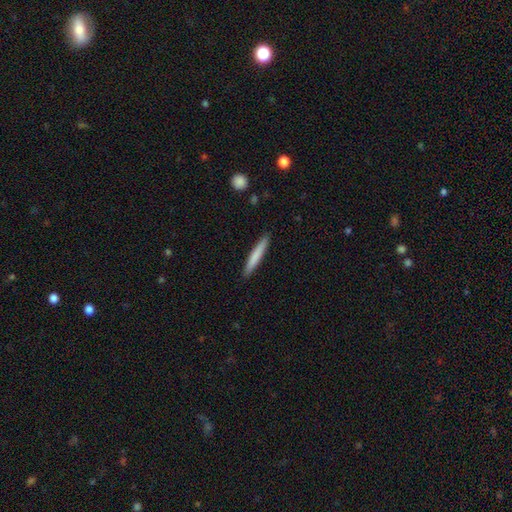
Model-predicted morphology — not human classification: smooth-or-featured: smooth: 76% | featured or disk: 19% | star or artifact: 5%
  how-rounded: cigar-shaped: 95% | in between: 4% | round: 1%
  merging: none: 90% | minor disturbance: 7% | major disturbance: 1% | merger: 1%